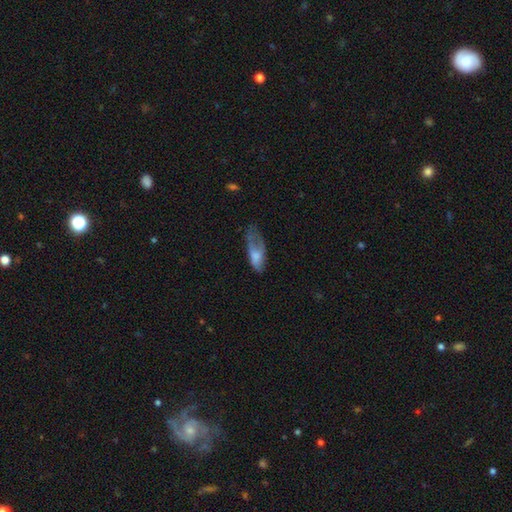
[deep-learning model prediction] This appears to be a smooth galaxy with no disk features (67%) that is in between round and cigar-shaped (80%). Merging: major disturbance (39%).